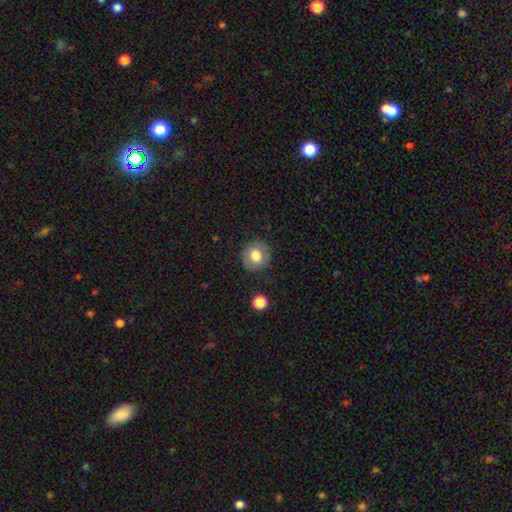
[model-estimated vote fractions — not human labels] Overall: smooth (78%). How rounded: round (89%). Merging: none (86%).